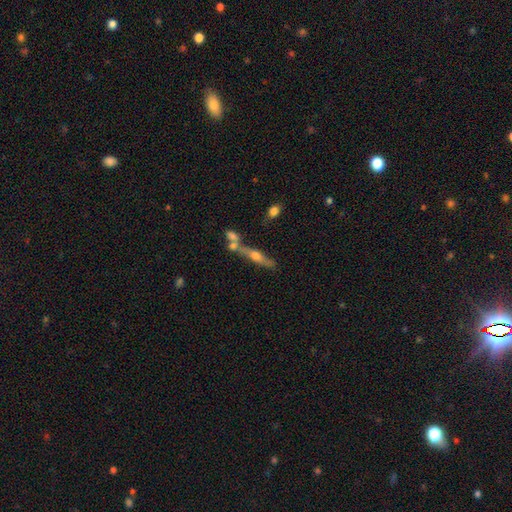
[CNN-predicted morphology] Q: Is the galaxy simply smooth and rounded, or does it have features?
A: featured or disk — 66%.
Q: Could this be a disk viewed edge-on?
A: yes — 92%.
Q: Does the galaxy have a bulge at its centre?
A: rounded — 92%.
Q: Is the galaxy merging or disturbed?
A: none — 61%.